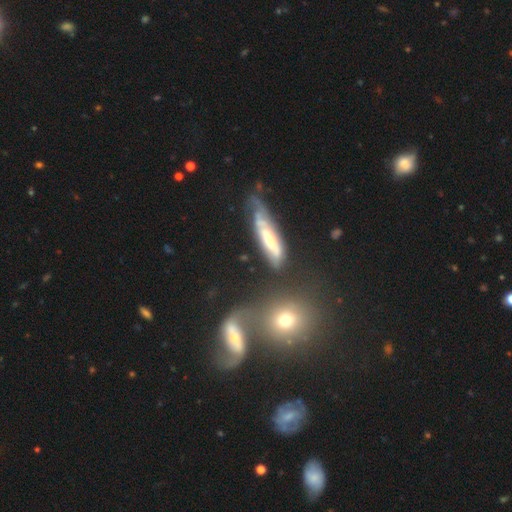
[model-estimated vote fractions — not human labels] This appears to be a featured or disk galaxy (56%) viewed edge-on (64%). Merging: none (58%).